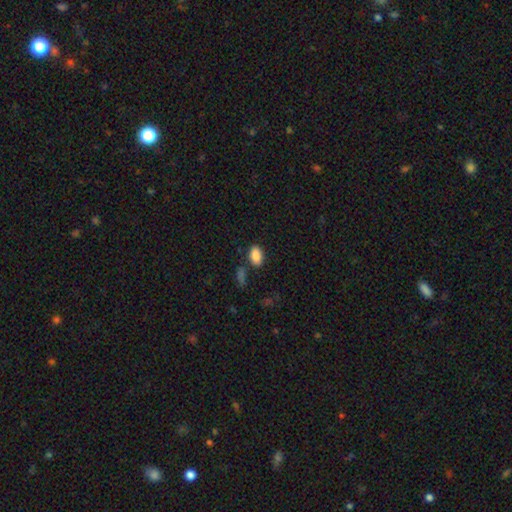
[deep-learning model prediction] Q: Smooth or featured?
A: smooth (88%); runner-up: star or artifact (8%)
Q: How rounded?
A: in between (92%); runner-up: round (6%)
Q: Merging?
A: none (79%); runner-up: minor disturbance (12%)